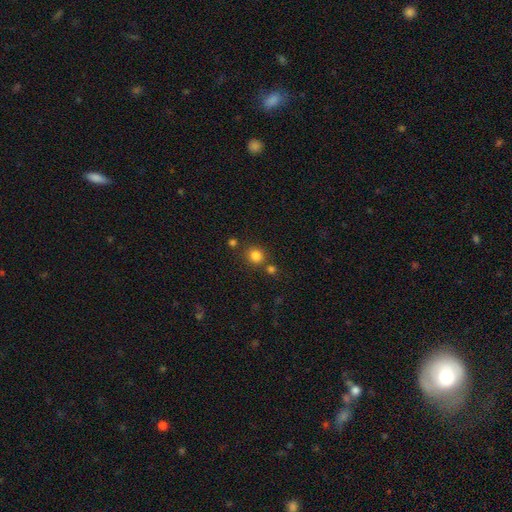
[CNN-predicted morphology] type=smooth (82%); roundness=round (87%); merging=none (76%).